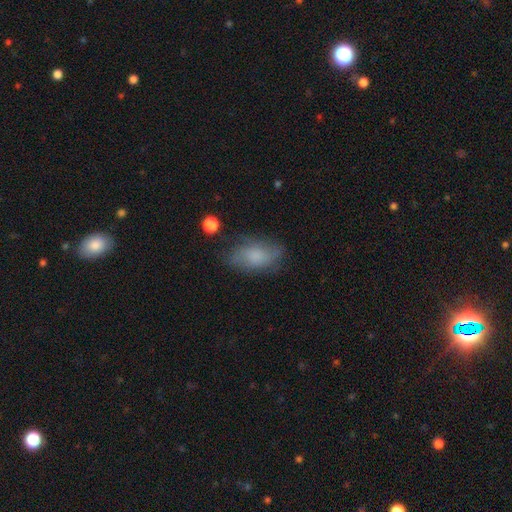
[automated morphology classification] This appears to be a smooth galaxy with no disk features (64%) that is in between round and cigar-shaped (89%). Merging: none (65%).